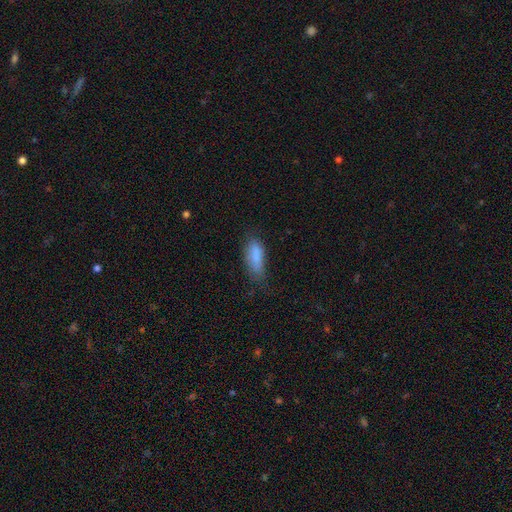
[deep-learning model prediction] A smooth galaxy with no disk features (83%) that is in between round and cigar-shaped (70%). Merging: none (60%).